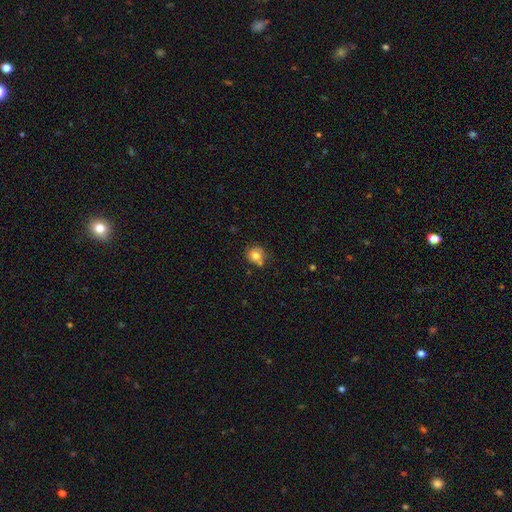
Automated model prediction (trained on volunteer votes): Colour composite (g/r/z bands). It shows a smooth galaxy with no disk features (73%) that is round (80%). Merging: none (59%).